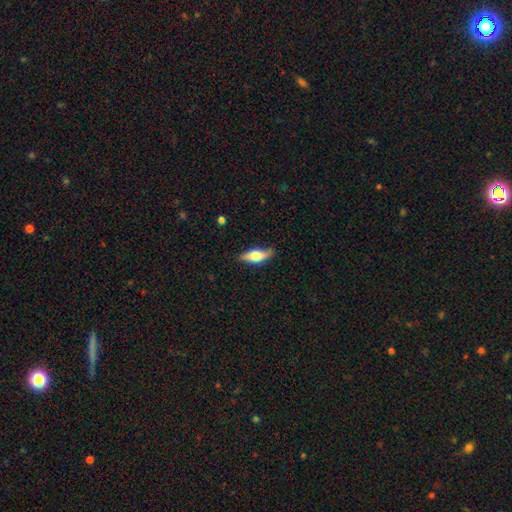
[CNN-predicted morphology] Smooth or featured: smooth — 57% (featured or disk — 37%)
How rounded: in between — 67% (cigar-shaped — 29%)
Merging: none — 78% (minor disturbance — 18%)